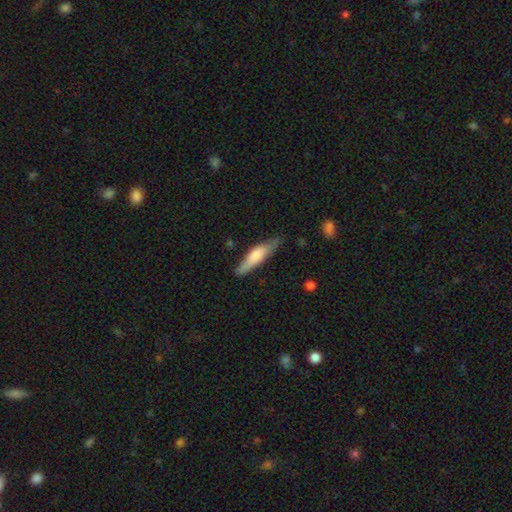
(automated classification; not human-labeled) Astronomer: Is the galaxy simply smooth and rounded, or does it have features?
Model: smooth — 62%.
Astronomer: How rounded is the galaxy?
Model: cigar-shaped — 77%.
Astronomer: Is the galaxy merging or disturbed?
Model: none — 73%.